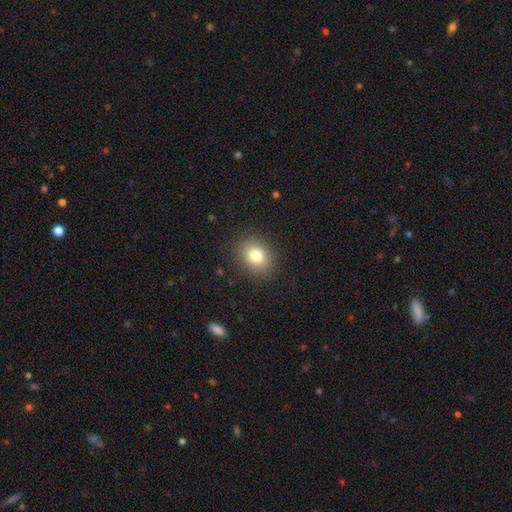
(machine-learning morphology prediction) This is likely a smooth galaxy (80%). How rounded: possibly in between (52%). Merging: clearly none (87%).